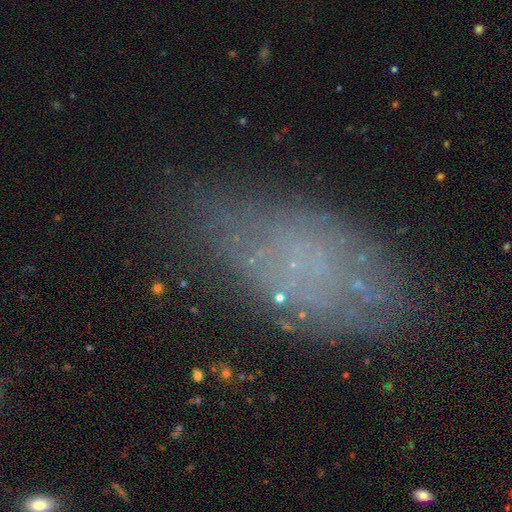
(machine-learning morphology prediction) Q: Smooth or featured?
A: featured or disk (42%); runner-up: smooth (38%)
Q: Merging?
A: none (65%); runner-up: minor disturbance (21%)